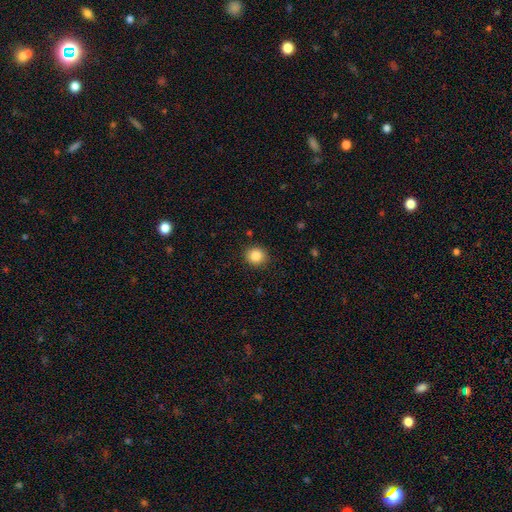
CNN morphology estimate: Smooth or featured? smooth (85%)
How rounded? round (85%)
Merging? none (90%)